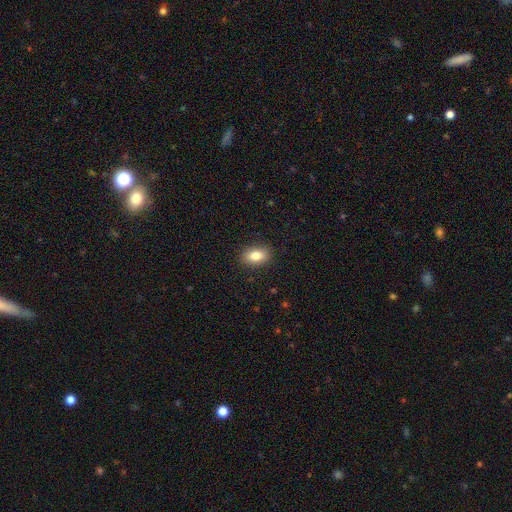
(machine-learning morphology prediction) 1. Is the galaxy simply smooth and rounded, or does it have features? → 82% smooth, 10% featured or disk, 8% star or artifact.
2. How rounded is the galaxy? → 87% in between, 10% round, 3% cigar-shaped.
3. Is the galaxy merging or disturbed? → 88% none, 8% minor disturbance, 2% major disturbance, 1% merger.